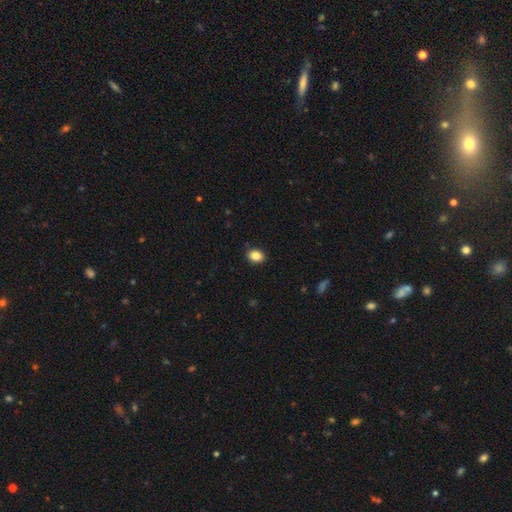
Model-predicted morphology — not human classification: Smooth or featured?
  - smooth: 86% *
  - star or artifact: 9%
  - featured or disk: 5%
How rounded?
  - in between: 58% *
  - round: 41%
  - cigar-shaped: 1%
Merging?
  - none: 89% *
  - minor disturbance: 8%
  - major disturbance: 2%
  - merger: 1%